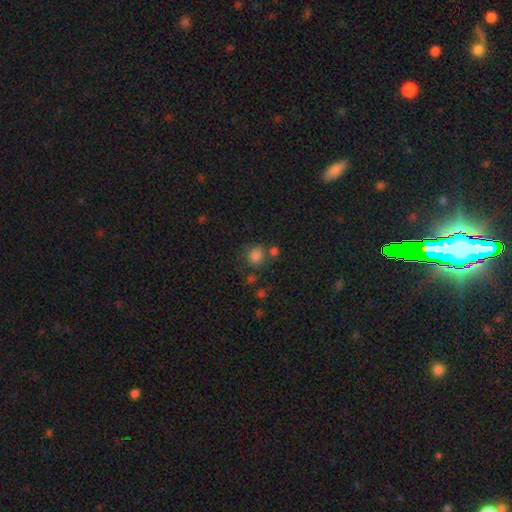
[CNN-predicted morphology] A smooth galaxy with no disk features (81%) that is round (79%).

Vote fractions:
- Smooth or featured? smooth: 81% / star or artifact: 13% / featured or disk: 6%
- How rounded? round: 79% / in between: 20% / cigar-shaped: 1%
- Merging? none: 63% / merger: 16% / minor disturbance: 14% / major disturbance: 6%